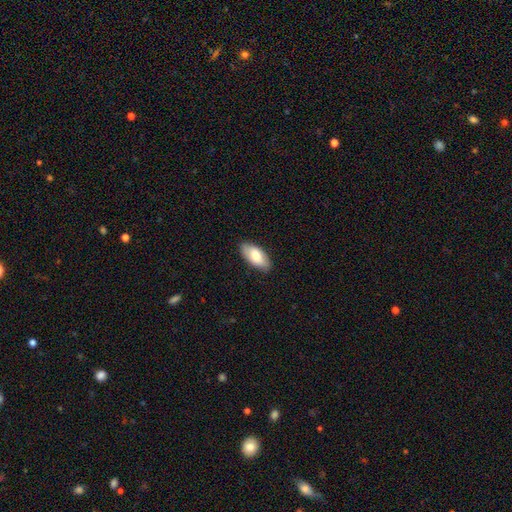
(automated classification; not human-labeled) Smooth or featured? smooth (76%)
How rounded? in between (92%)
Merging? none (86%)